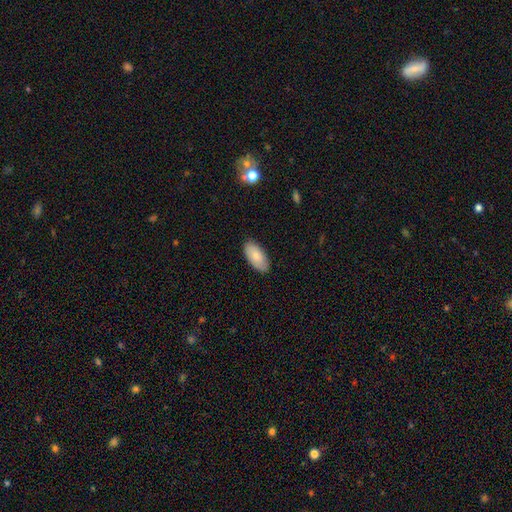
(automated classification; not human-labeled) Q: Smooth or featured?
A: smooth (81%); runner-up: featured or disk (13%)
Q: How rounded?
A: in between (94%); runner-up: cigar-shaped (4%)
Q: Merging?
A: none (86%); runner-up: minor disturbance (11%)